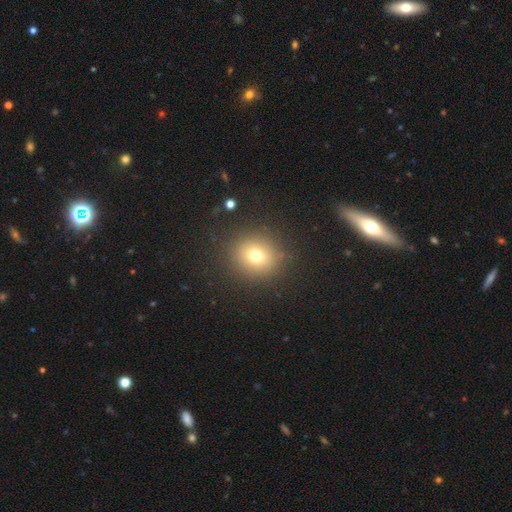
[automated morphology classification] smooth 73%, star or artifact 17%, featured or disk 11%. Down the decision tree: how rounded — round (86%); merging — none (87%).